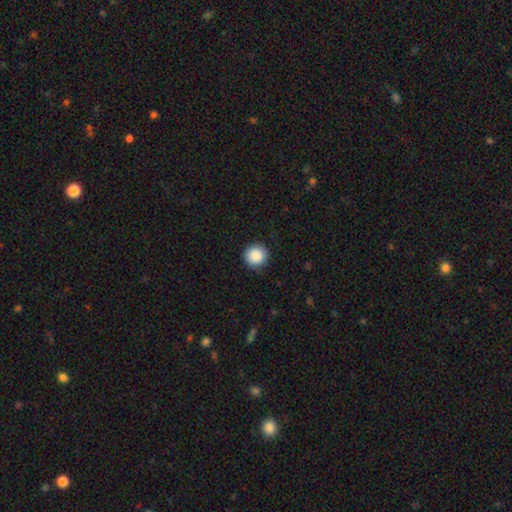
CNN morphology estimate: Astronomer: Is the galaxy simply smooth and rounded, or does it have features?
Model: smooth — 88%.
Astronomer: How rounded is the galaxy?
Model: round — 95%.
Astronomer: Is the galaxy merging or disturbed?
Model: none — 90%.